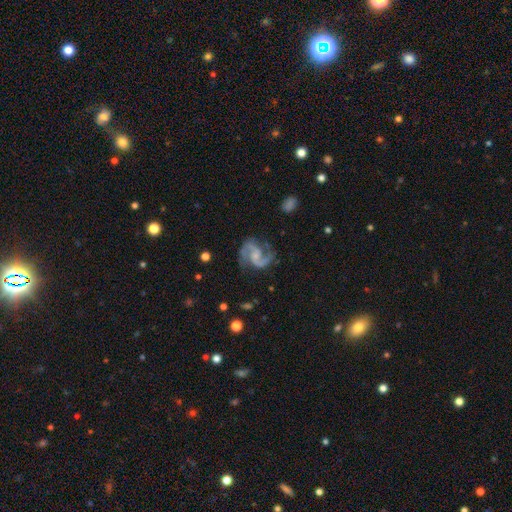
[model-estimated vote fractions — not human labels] This appears to be a featured or disk galaxy (92%) with no bar (46%), 2 (93%) medium (60%) spiral arms (98%) and a small central bulge (43%). Merging: none (73%).